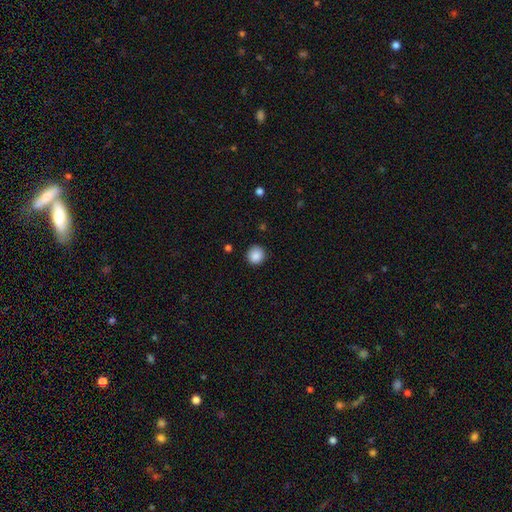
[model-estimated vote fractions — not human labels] smooth_or_featured: smooth (p=0.87) [alt: star or artifact p=0.09]
how_rounded: round (p=0.92) [alt: in between p=0.07]
merging: none (p=0.88) [alt: minor disturbance p=0.09]